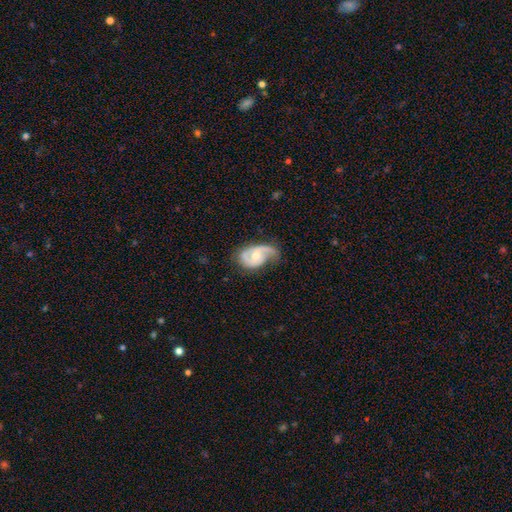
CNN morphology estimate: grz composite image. It shows a featured or disk galaxy (79%) with no bar (67%), 2 (61%) medium (43%) spiral arms (91%) and a moderate central bulge (66%). Merging: none (51%).